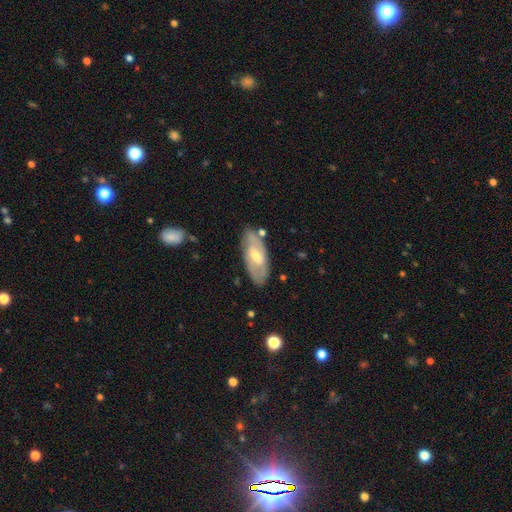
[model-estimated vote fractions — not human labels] Smooth or featured?
  - featured or disk: 64% *
  - smooth: 30%
  - star or artifact: 6%
Edge-on disk?
  - no: 86% *
  - yes: 14%
Bar?
  - weak: 50% *
  - no: 29%
  - strong: 21%
Spiral arms?
  - yes: 73% *
  - no: 27%
Bulge size?
  - moderate: 52% *
  - small: 42%
  - large: 3%
  - none: 2%
  - dominant: 1%
Merging?
  - none: 78% *
  - minor disturbance: 15%
  - major disturbance: 3%
  - merger: 3%